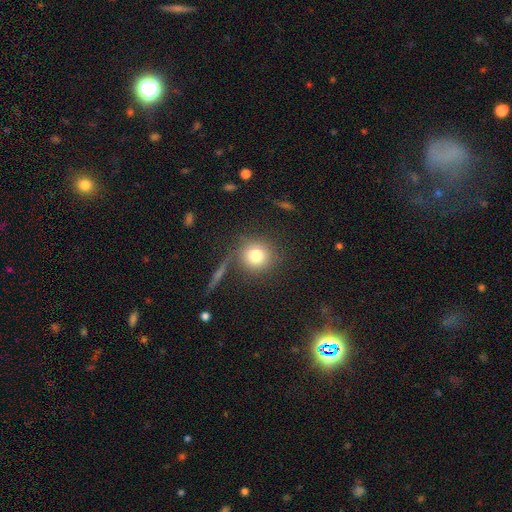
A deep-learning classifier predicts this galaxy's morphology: The model was most divided on "smooth or featured": smooth: 78%, star or artifact: 12%, featured or disk: 10%. More confident: how rounded — round (91%); merging — none (80%).